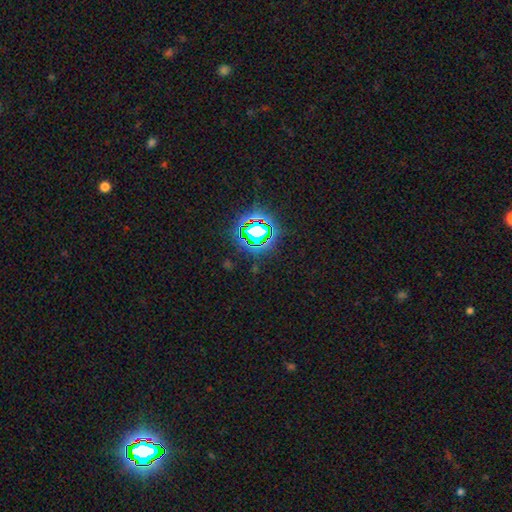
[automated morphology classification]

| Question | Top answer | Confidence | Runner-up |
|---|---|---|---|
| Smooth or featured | star or artifact | 80% | smooth (13%) |